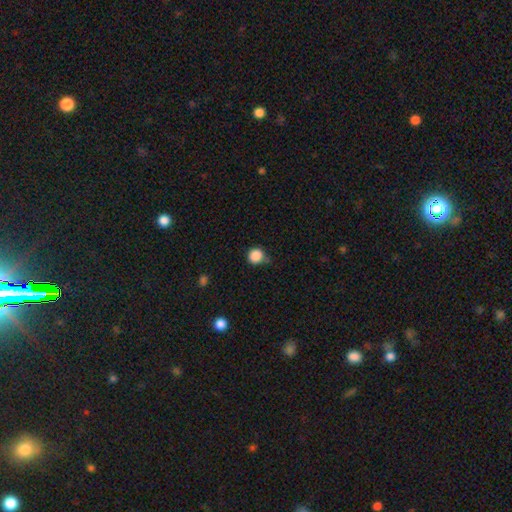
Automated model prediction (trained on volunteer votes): smooth-or-featured: smooth: 87% | star or artifact: 10% | featured or disk: 3%
  how-rounded: round: 94% | in between: 5% | cigar-shaped: 1%
  merging: none: 74% | minor disturbance: 18% | major disturbance: 4% | merger: 4%